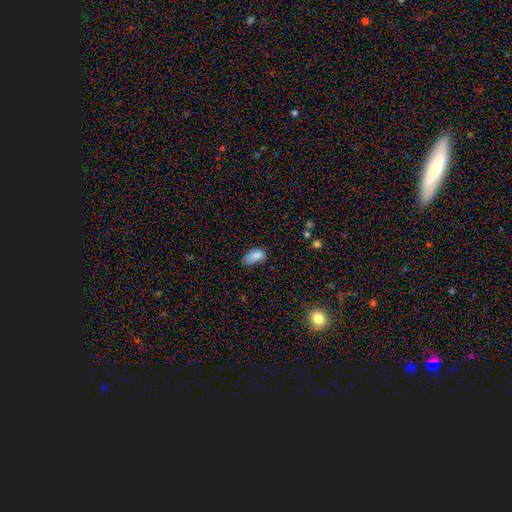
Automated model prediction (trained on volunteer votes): Smooth or featured: smooth — 82% (star or artifact — 9%)
How rounded: in between — 91% (round — 5%)
Merging: none — 44% (minor disturbance — 39%)